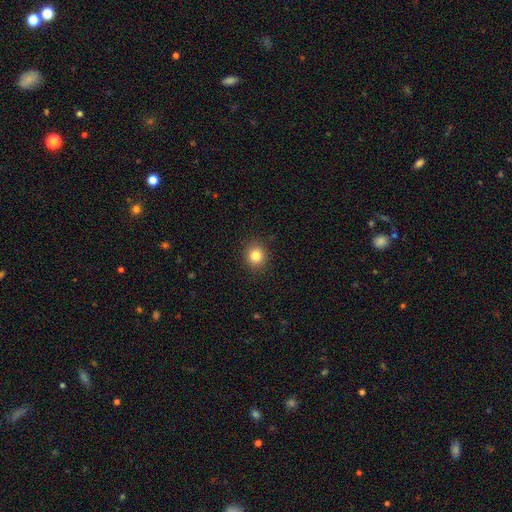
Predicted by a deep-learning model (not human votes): smooth_or_featured: smooth (p=0.83) [alt: star or artifact p=0.11]
how_rounded: round (p=0.81) [alt: in between p=0.18]
merging: none (p=0.90) [alt: minor disturbance p=0.07]